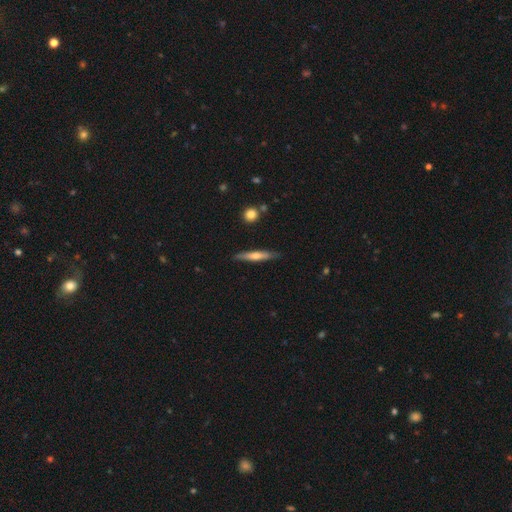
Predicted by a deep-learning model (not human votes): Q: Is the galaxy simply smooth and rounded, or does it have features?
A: smooth — 49%.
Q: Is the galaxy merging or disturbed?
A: none — 86%.